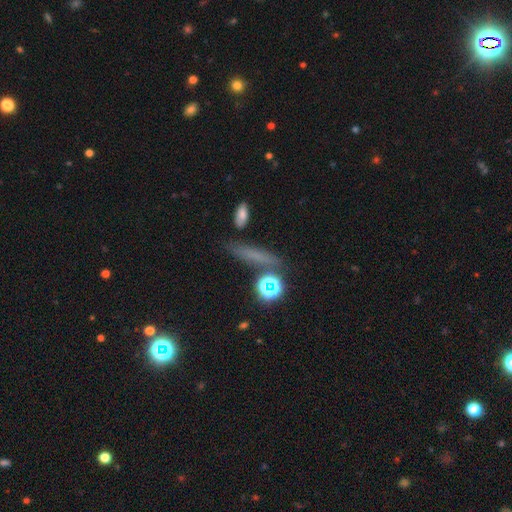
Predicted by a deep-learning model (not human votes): Smooth or featured?
  - smooth: 51% *
  - star or artifact: 31%
  - featured or disk: 18%
How rounded?
  - cigar-shaped: 64% *
  - round: 19%
  - in between: 18%
Merging?
  - none: 74% *
  - minor disturbance: 12%
  - merger: 9%
  - major disturbance: 6%